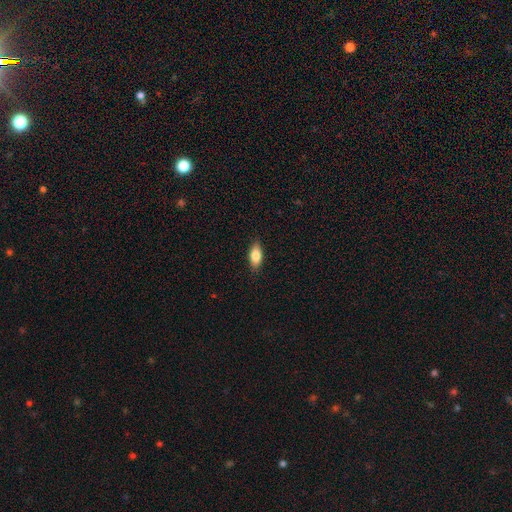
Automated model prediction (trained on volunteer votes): Q: Smooth or featured?
A: smooth (80%); runner-up: featured or disk (14%)
Q: How rounded?
A: in between (85%); runner-up: cigar-shaped (11%)
Q: Merging?
A: none (86%); runner-up: minor disturbance (11%)